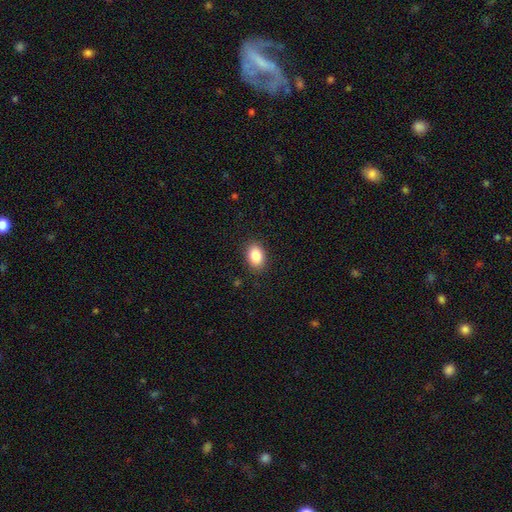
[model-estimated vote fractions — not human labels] smooth-or-featured: smooth: 86% | star or artifact: 8% | featured or disk: 6%
  how-rounded: in between: 81% | round: 18% | cigar-shaped: 1%
  merging: none: 88% | minor disturbance: 9% | major disturbance: 2% | merger: 1%